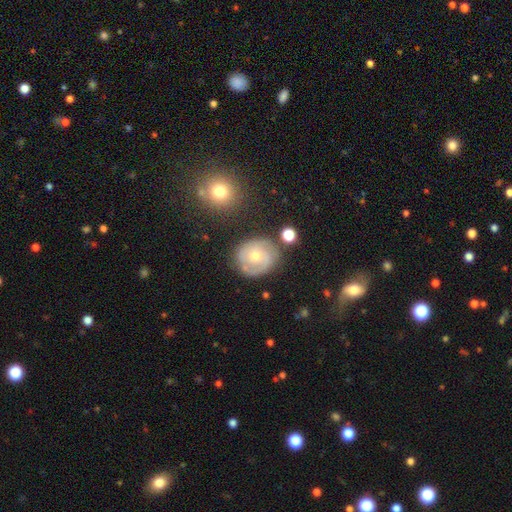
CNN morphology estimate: This appears to be a featured or disk galaxy (68%) with no bar (73%), 2 (53%) tight (56%) spiral arms (84%) and a moderate central bulge (49%). Merging: none (73%).